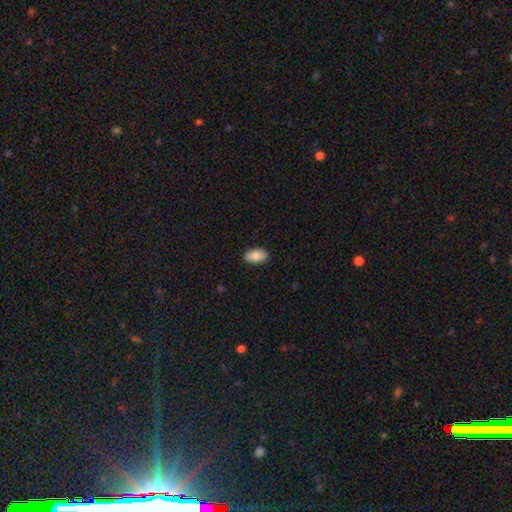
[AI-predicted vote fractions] Overall: smooth (84%). How rounded: in between (93%). Merging: none (89%).